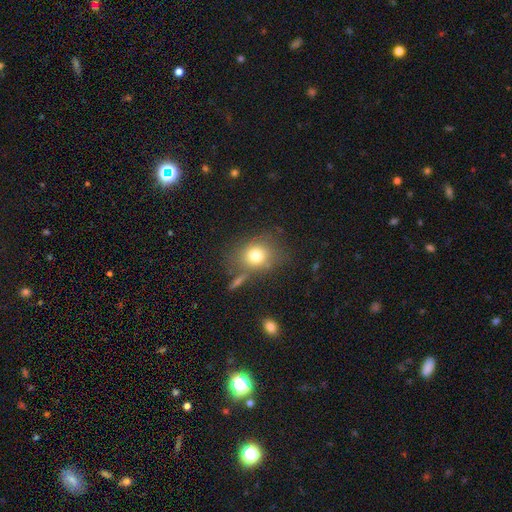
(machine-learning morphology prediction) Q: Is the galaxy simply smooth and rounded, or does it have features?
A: smooth — 76%.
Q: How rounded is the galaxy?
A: round — 63%.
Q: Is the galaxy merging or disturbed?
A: none — 66%.